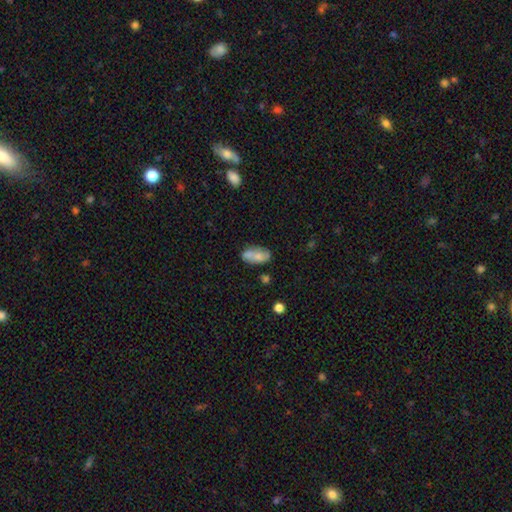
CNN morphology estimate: type=smooth (68%); roundness=in between (87%); merging=none (59%).